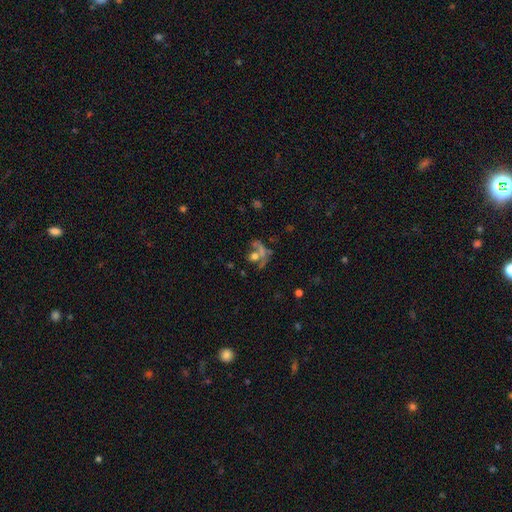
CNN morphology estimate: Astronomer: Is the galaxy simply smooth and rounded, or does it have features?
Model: smooth — 37% (runner-up: featured or disk, 35%).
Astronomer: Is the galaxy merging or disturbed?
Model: none — 34% (runner-up: merger, 33%).